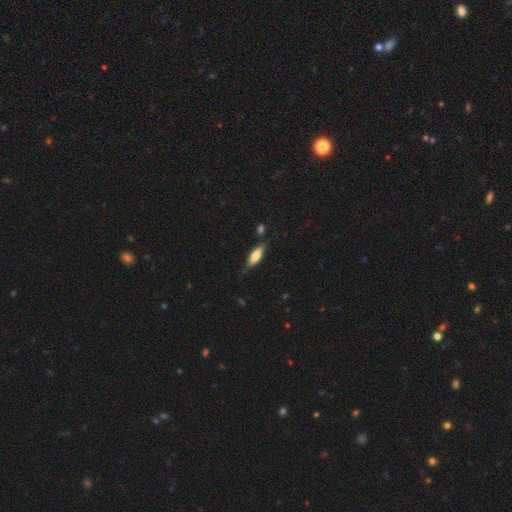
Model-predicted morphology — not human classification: Smooth or featured? Predicted: smooth (p=0.65). How rounded? Predicted: cigar-shaped (p=0.53). Merging? Predicted: none (p=0.71).